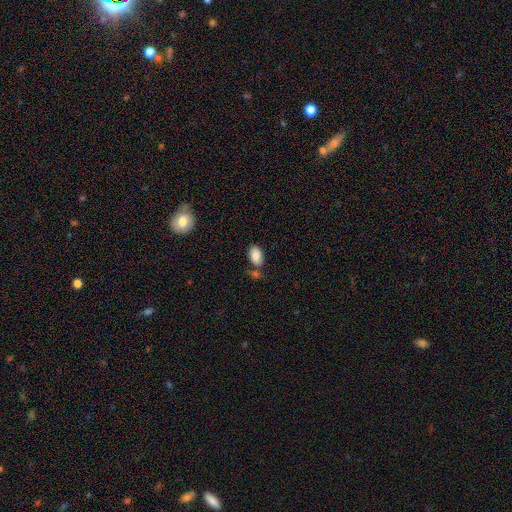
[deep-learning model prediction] A smooth galaxy with no disk features (86%) that is in between round and cigar-shaped (90%). Merging: none (57%).